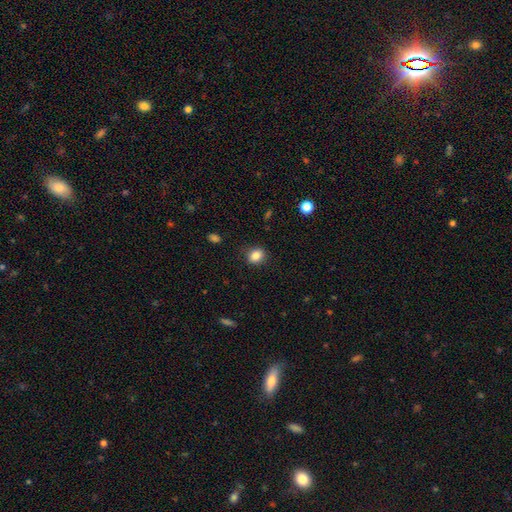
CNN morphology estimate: Q: Smooth or featured?
A: smooth (85%); runner-up: star or artifact (10%)
Q: How rounded?
A: round (57%); runner-up: in between (42%)
Q: Merging?
A: none (85%); runner-up: minor disturbance (11%)